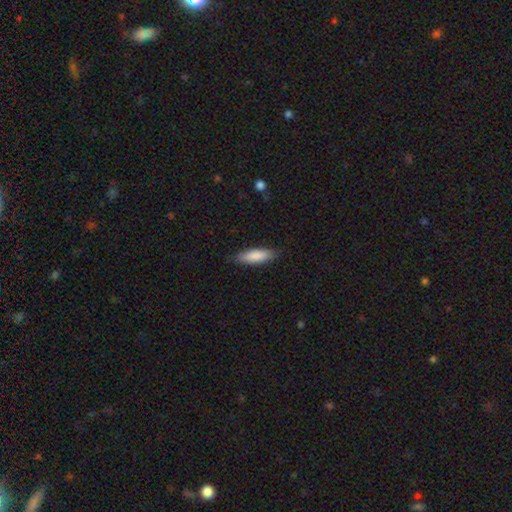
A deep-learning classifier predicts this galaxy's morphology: smooth-or-featured: smooth: 86% | featured or disk: 9% | star or artifact: 5%
  how-rounded: cigar-shaped: 53% | in between: 46% | round: 1%
  merging: none: 85% | minor disturbance: 11% | major disturbance: 2% | merger: 1%